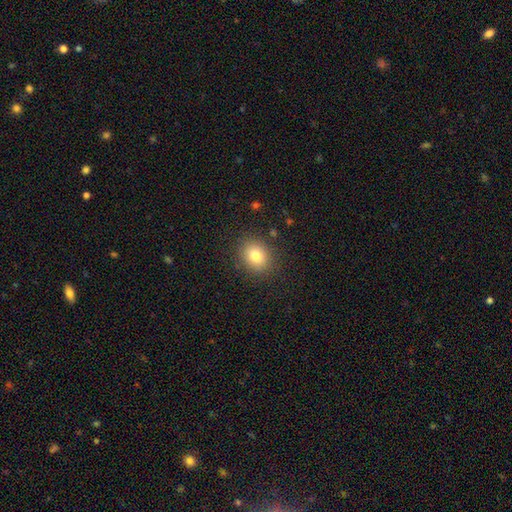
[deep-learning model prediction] smooth 80%, star or artifact 11%, featured or disk 9%. Down the decision tree: how rounded — round (61%); merging — none (87%).